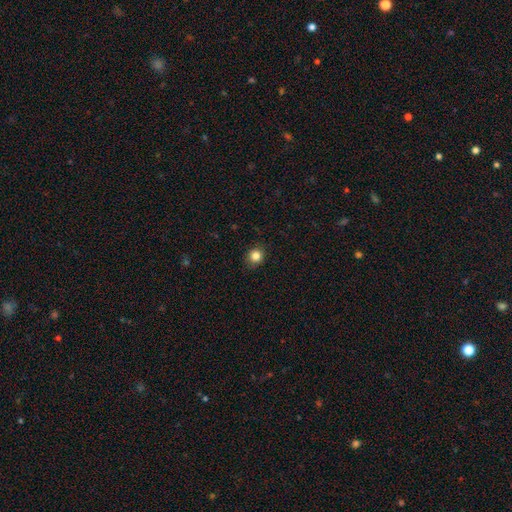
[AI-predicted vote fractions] Smooth or featured: smooth — 84% (star or artifact — 11%)
How rounded: round — 83% (in between — 16%)
Merging: none — 88% (minor disturbance — 9%)